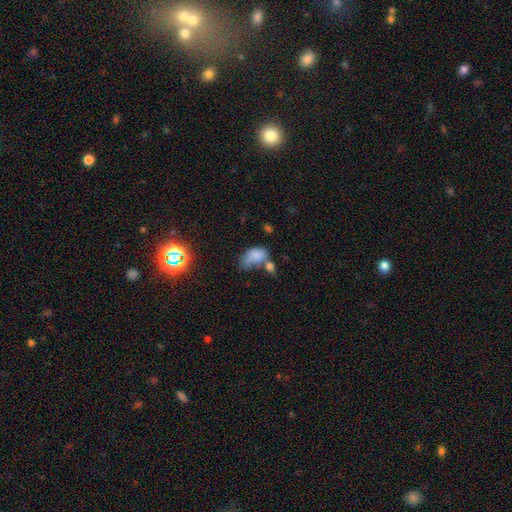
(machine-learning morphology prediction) Smooth or featured: smooth — 72% (featured or disk — 15%)
How rounded: in between — 87% (round — 11%)
Merging: merger — 36% (minor disturbance — 22%)